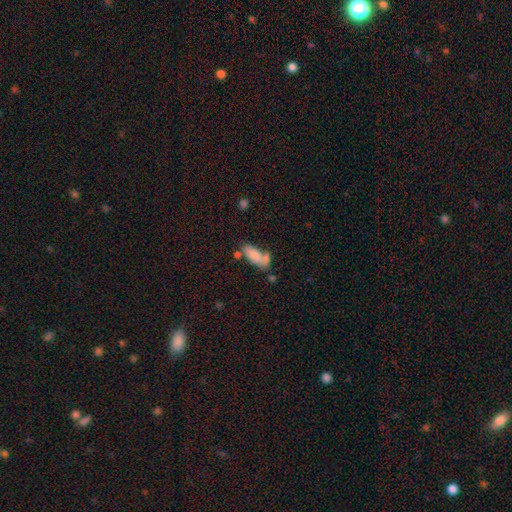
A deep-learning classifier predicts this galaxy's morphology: The model was most divided on "merging": none: 40%, merger: 29%, minor disturbance: 20%, major disturbance: 12%. More confident: smooth or featured — smooth (79%); how rounded — in between (76%).